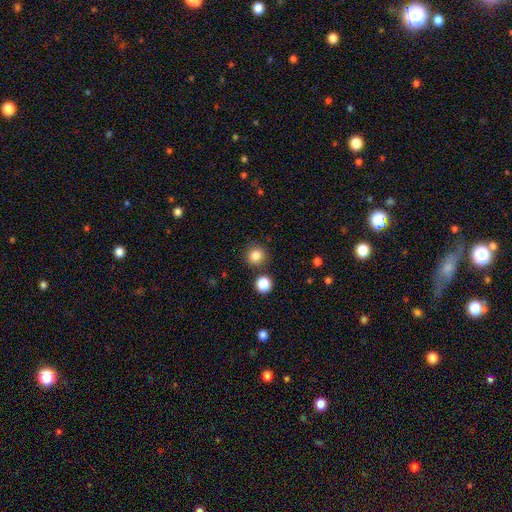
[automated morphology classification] This is clearly a smooth galaxy (84%). How rounded: clearly round (93%). Merging: clearly none (85%).